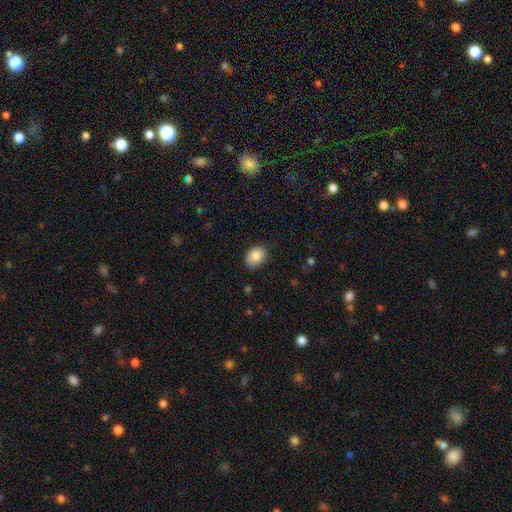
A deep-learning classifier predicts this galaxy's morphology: A smooth galaxy with no disk features (85%) that is in between round and cigar-shaped (65%).

Vote fractions:
- Smooth or featured? smooth: 85% / star or artifact: 8% / featured or disk: 7%
- How rounded? in between: 65% / round: 34% / cigar-shaped: 1%
- Merging? none: 72% / minor disturbance: 23% / major disturbance: 4% / merger: 1%